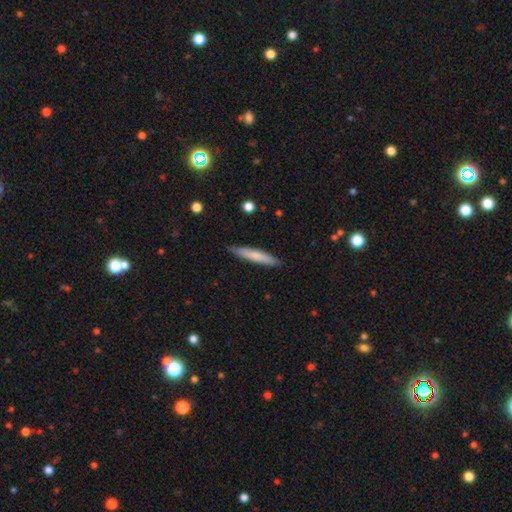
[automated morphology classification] type=smooth (72%); roundness=cigar-shaped (93%); merging=none (87%).